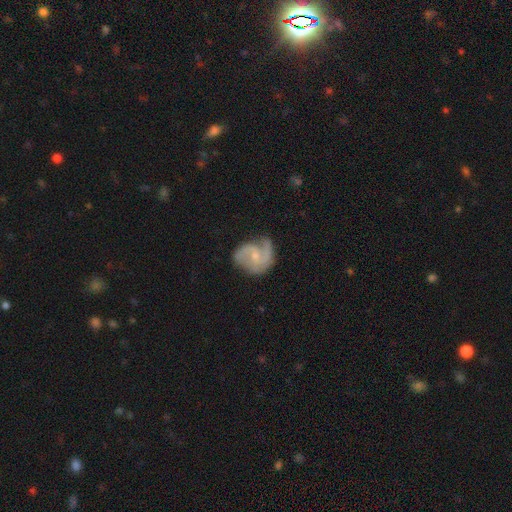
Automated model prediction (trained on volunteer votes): Smooth or featured? Predicted: featured or disk (p=0.81). Edge-on disk? Predicted: no (p=0.98). Bar? Predicted: no (p=0.57). Spiral arms? Predicted: yes (p=0.96). Spiral winding? Predicted: medium (p=0.51). Spiral arm count? Predicted: 2 (p=0.70). Bulge size? Predicted: small (p=0.67). Merging? Predicted: none (p=0.58).